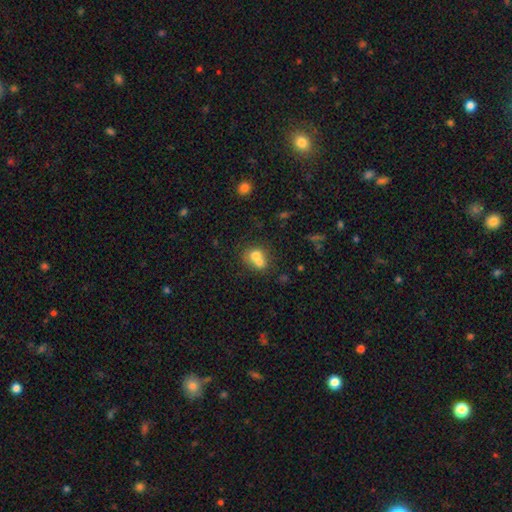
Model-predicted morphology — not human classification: This appears to be a smooth galaxy with no disk features (69%) that is round (65%). Merging: merger (66%).